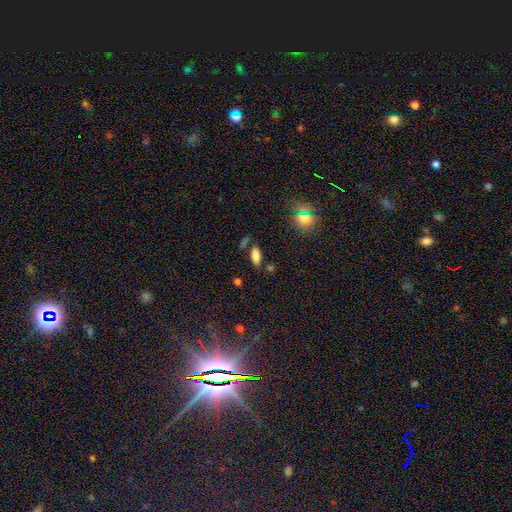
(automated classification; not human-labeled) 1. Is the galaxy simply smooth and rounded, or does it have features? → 80% smooth, 12% star or artifact, 8% featured or disk.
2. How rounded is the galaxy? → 79% in between, 18% cigar-shaped, 3% round.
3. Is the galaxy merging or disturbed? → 73% none, 14% minor disturbance, 9% merger, 5% major disturbance.